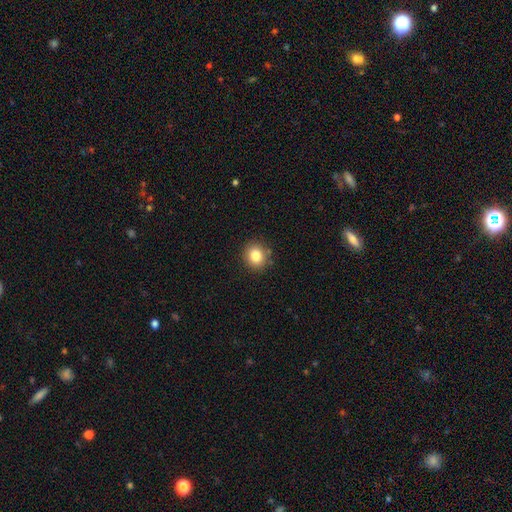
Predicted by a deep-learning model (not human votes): Smooth or featured? smooth (83%)
How rounded? round (81%)
Merging? none (87%)